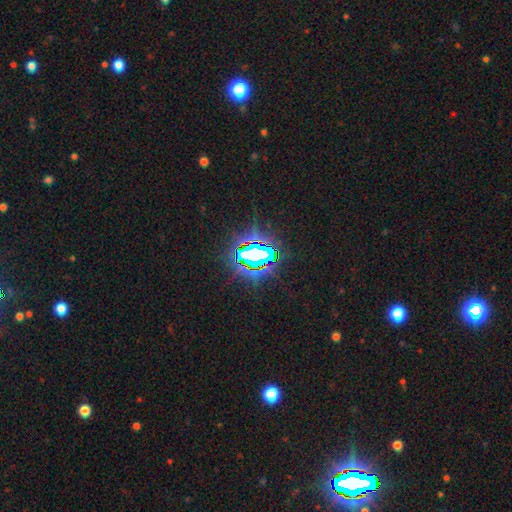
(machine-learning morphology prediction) Smooth or featured? Predicted: star or artifact (p=0.80).